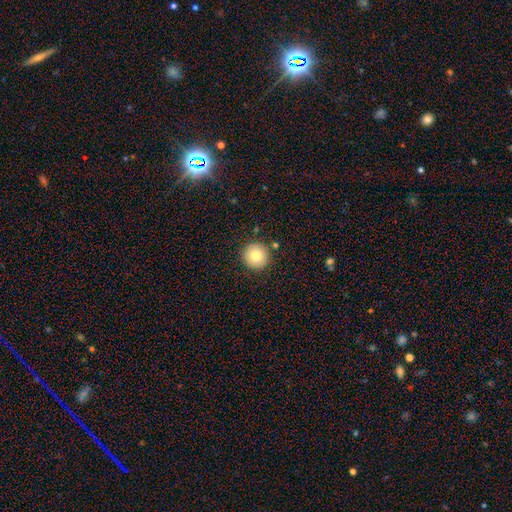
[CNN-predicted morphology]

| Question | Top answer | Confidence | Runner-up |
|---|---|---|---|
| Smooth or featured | smooth | 81% | featured or disk (10%) |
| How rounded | round | 95% | in between (4%) |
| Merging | none | 88% | minor disturbance (7%) |